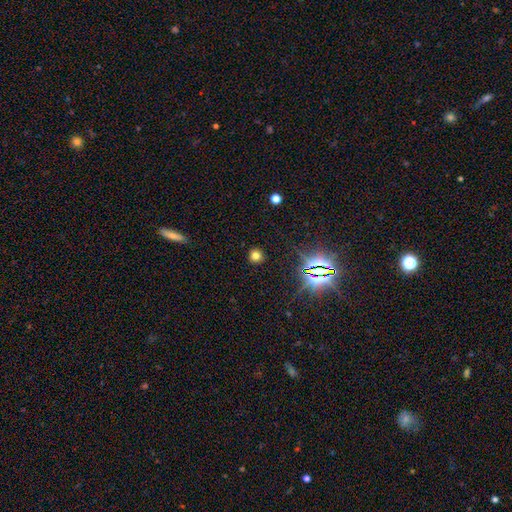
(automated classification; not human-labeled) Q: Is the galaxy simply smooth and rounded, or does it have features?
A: smooth — 71%.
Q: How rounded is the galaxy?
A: round — 91%.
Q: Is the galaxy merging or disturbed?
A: none — 90%.